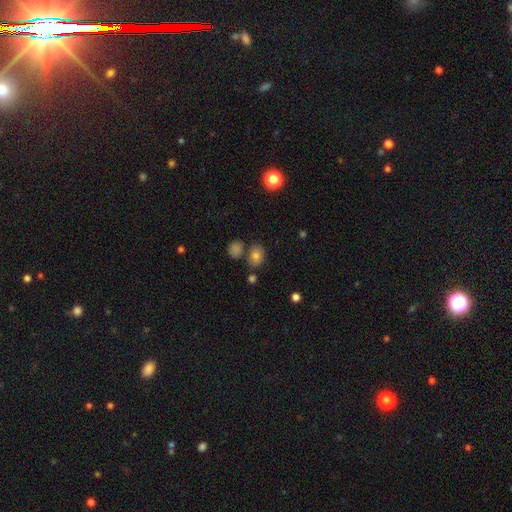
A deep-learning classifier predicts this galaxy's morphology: Smooth or featured? Predicted: smooth (p=0.79). How rounded? Predicted: in between (p=0.61). Merging? Predicted: none (p=0.67).